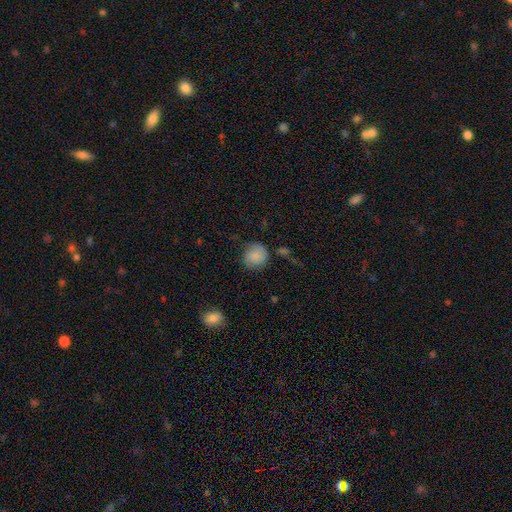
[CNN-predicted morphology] smooth 77%, featured or disk 14%, star or artifact 8%. Down the decision tree: how rounded — round (83%); merging — none (62%).